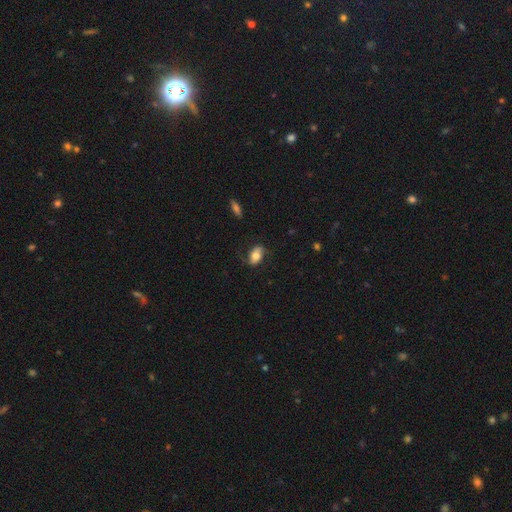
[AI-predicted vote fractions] Smooth or featured: smooth — 57% (featured or disk — 36%)
How rounded: in between — 86% (round — 11%)
Merging: none — 66% (minor disturbance — 22%)